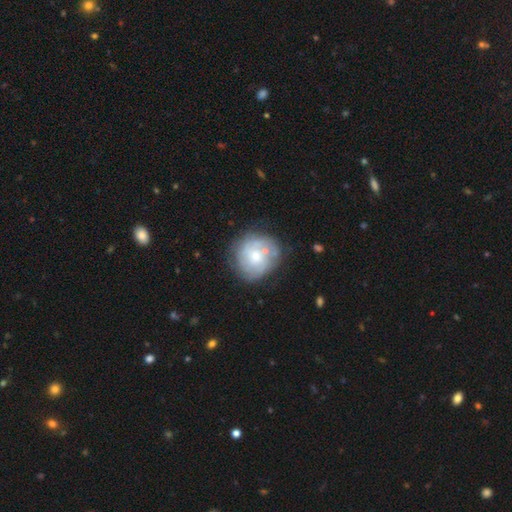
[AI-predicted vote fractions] This is possibly a featured or disk galaxy (53%). It is clearly not viewed edge-on (98%). Bar: clearly no (83%). Spiral arm pattern: possibly yes (55%). Central bulge: possibly small (54%). Merging: likely none (64%).